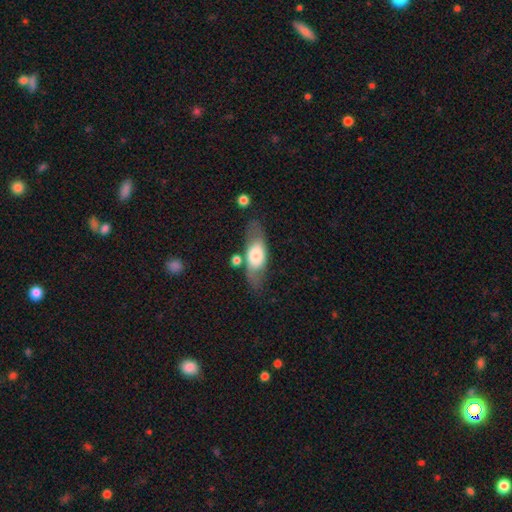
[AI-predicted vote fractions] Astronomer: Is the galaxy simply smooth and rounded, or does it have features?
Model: smooth — 57% (runner-up: featured or disk, 37%).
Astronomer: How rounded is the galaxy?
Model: in between — 72%.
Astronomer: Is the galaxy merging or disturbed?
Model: none — 68%.